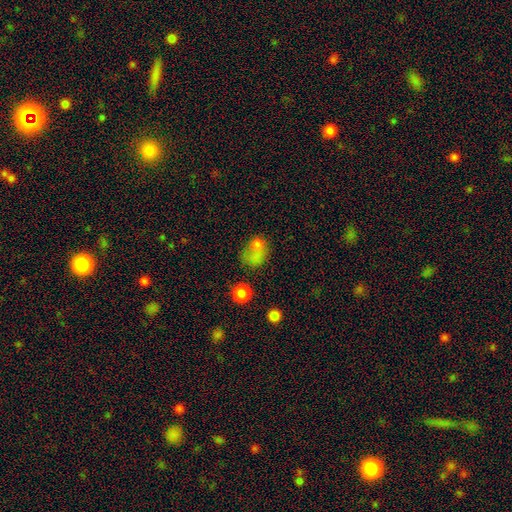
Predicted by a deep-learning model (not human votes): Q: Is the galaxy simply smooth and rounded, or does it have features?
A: smooth — 71%.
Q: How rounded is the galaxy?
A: round — 52%.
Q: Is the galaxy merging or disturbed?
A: none — 33%.